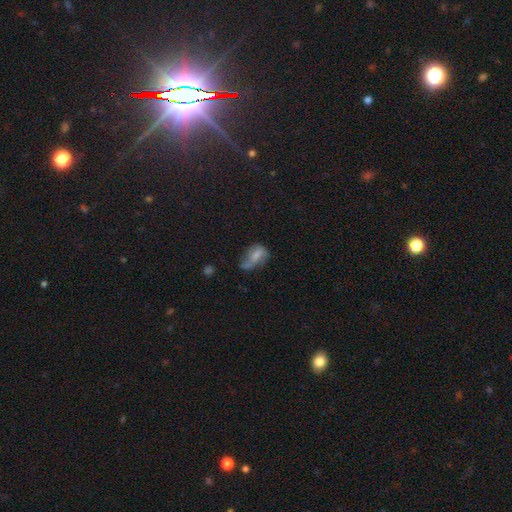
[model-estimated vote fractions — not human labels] A smooth galaxy with no disk features (54%) that is in between round and cigar-shaped (82%). Merging: none (34%).